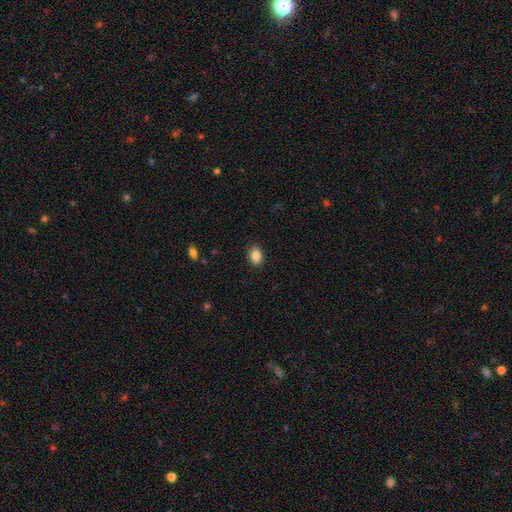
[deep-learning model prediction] smooth-or-featured: smooth: 87% | star or artifact: 9% | featured or disk: 4%
  how-rounded: in between: 72% | round: 27% | cigar-shaped: 1%
  merging: none: 89% | minor disturbance: 8% | major disturbance: 2% | merger: 1%